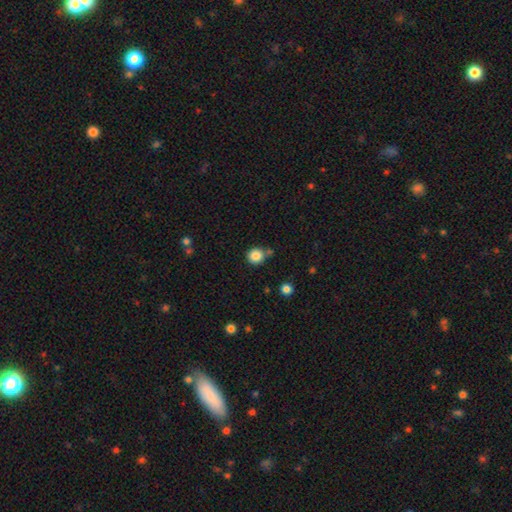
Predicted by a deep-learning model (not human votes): This appears to be a smooth galaxy with no disk features (86%) that is round (92%). Merging: none (76%).